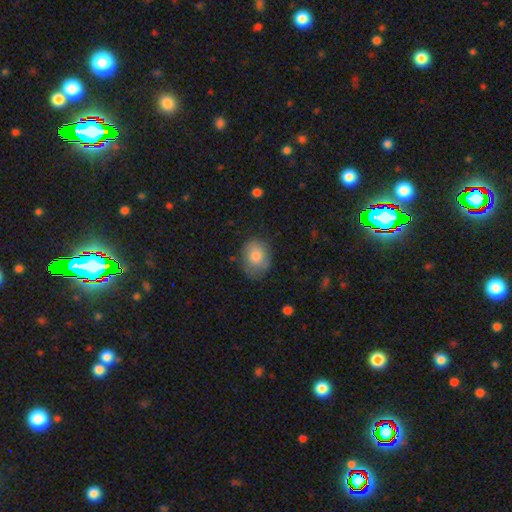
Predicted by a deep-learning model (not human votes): smooth_or_featured: smooth (p=0.80) [alt: featured or disk p=0.12]
how_rounded: in between (p=0.50) [alt: round p=0.49]
merging: none (p=0.69) [alt: minor disturbance p=0.24]